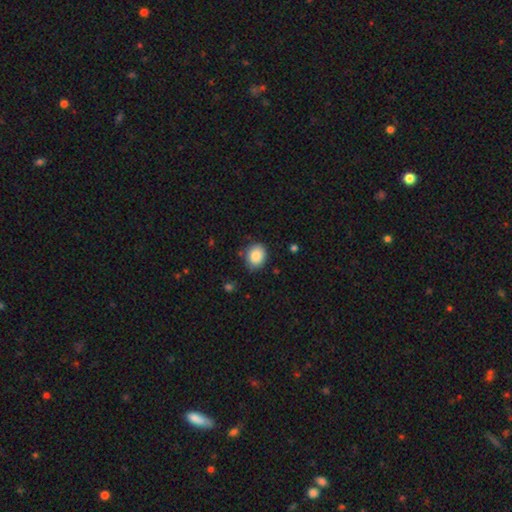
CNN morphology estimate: smooth 86%, star or artifact 8%, featured or disk 6%. Down the decision tree: how rounded — round (60%); merging — none (79%).